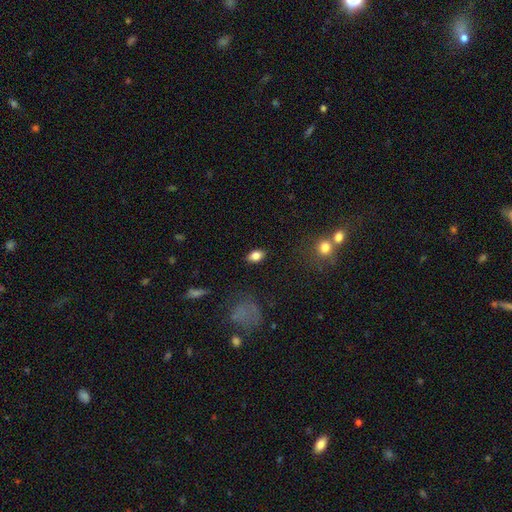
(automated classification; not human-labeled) Overall: smooth (82%). How rounded: in between (86%). Merging: none (87%).